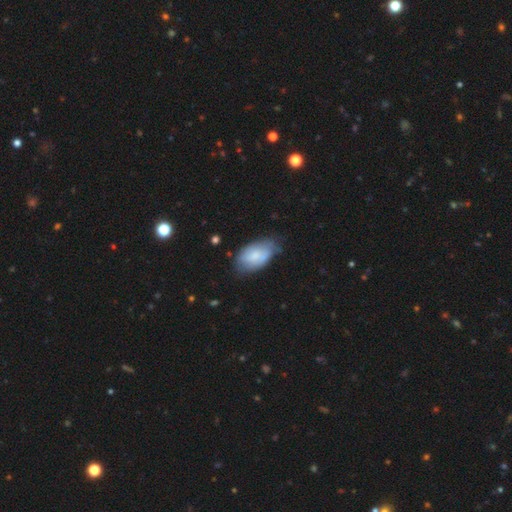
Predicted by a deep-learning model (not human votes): Smooth or featured?
  - smooth: 66% *
  - featured or disk: 27%
  - star or artifact: 6%
How rounded?
  - in between: 94% *
  - round: 4%
  - cigar-shaped: 2%
Merging?
  - none: 54% *
  - minor disturbance: 34%
  - major disturbance: 9%
  - merger: 3%